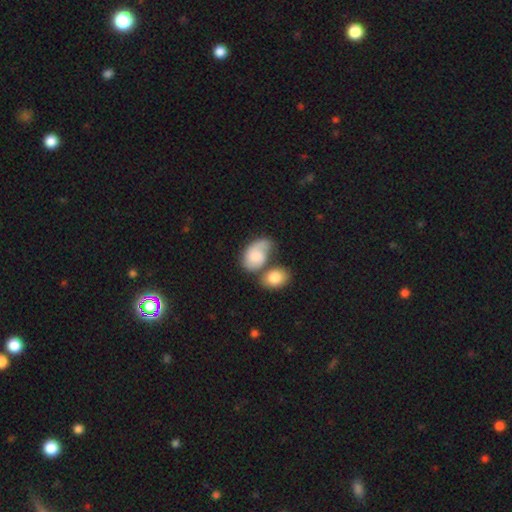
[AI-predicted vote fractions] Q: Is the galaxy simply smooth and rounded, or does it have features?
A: smooth — 59%.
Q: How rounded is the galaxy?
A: in between — 82%.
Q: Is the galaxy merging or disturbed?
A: merger — 36%.